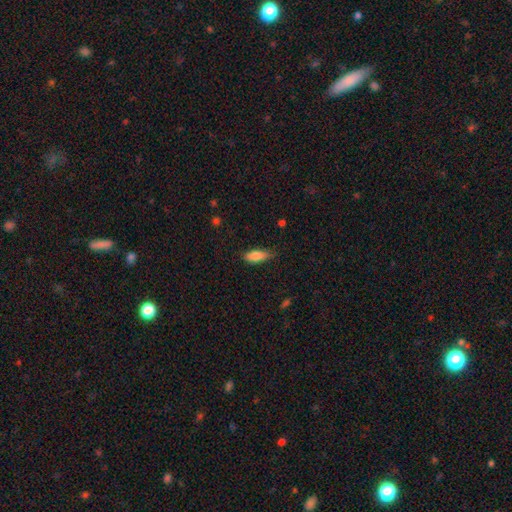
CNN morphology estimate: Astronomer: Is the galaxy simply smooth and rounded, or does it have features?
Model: smooth — 83%.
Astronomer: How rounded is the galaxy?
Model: in between — 72%.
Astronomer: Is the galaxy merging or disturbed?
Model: none — 71%.